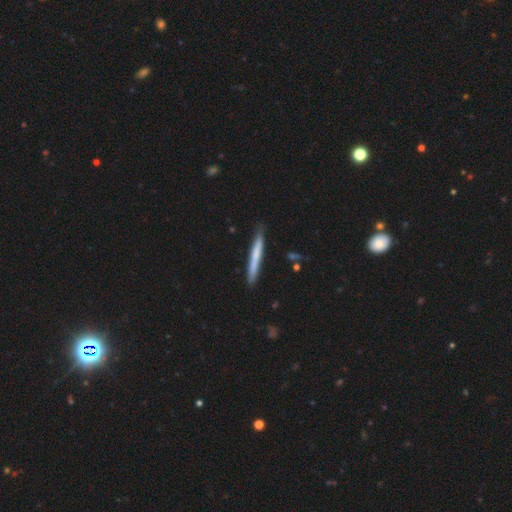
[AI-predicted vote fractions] Overall: smooth (61%; featured or disk 34%). How rounded: cigar-shaped (96%). Merging: none (84%).